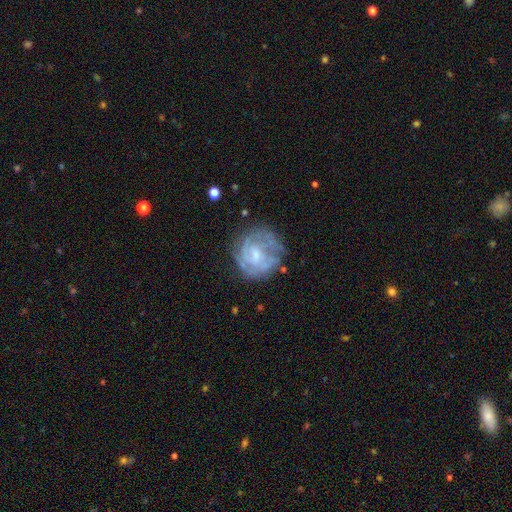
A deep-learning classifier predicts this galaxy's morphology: smooth_or_featured: featured or disk (p=0.73) [alt: smooth p=0.20]
disk_edge_on: no (p=0.98) [alt: yes p=0.02]
bar: no (p=0.47) [alt: weak p=0.44]
has_spiral_arms: yes (p=0.73) [alt: no p=0.27]
spiral_winding: tight (p=0.56) [alt: medium p=0.32]
spiral_arm_count: can't tell (p=0.47) [alt: 2 p=0.23]
bulge_size: small (p=0.45) [alt: moderate p=0.35]
merging: none (p=0.61) [alt: minor disturbance p=0.21]